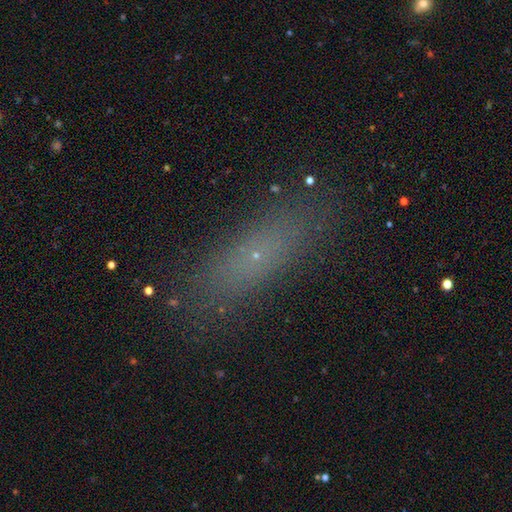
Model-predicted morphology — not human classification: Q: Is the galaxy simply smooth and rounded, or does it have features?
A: smooth — 59%.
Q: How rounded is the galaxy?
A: cigar-shaped — 54%.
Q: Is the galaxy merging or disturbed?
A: none — 85%.